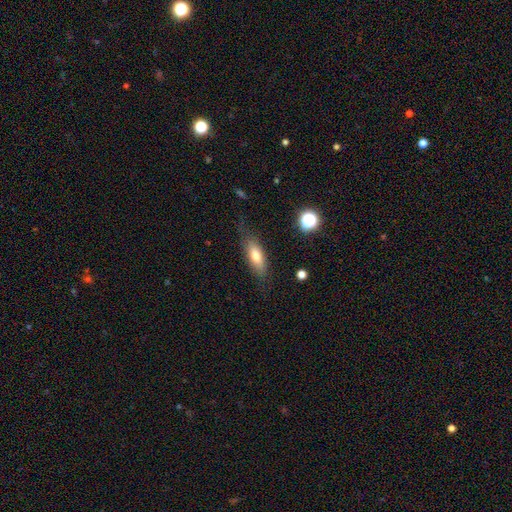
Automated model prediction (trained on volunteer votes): A smooth galaxy with no disk features (71%) that is in between round and cigar-shaped (67%).

Vote fractions:
- Smooth or featured? smooth: 71% / featured or disk: 21% / star or artifact: 8%
- How rounded? in between: 67% / cigar-shaped: 30% / round: 4%
- Merging? none: 72% / minor disturbance: 19% / major disturbance: 7% / merger: 2%